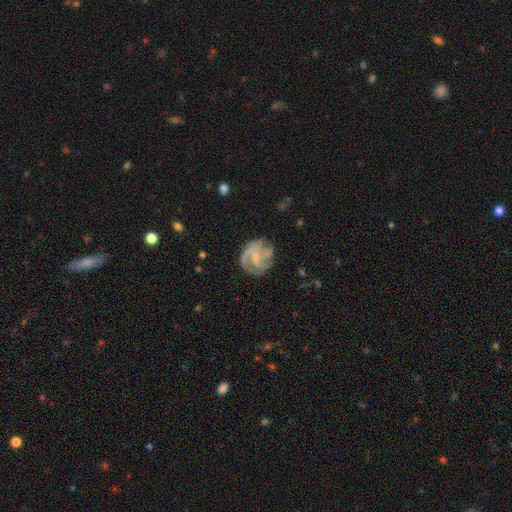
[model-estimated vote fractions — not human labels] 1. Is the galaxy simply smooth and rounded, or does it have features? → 83% featured or disk, 11% smooth, 6% star or artifact.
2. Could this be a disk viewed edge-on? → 98% no, 2% yes.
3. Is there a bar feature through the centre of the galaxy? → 55% no, 37% weak, 8% strong.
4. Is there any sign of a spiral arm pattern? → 94% yes, 6% no.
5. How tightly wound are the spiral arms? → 48% medium, 34% tight, 18% loose.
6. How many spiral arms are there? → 43% 3, 17% 2, 17% can't tell, 12% 4, 6% 1, 5% more than 4.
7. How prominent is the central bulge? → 69% small, 21% moderate, 8% none, 1% large, 1% dominant.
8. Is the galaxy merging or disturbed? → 68% none, 19% minor disturbance, 11% major disturbance, 2% merger.